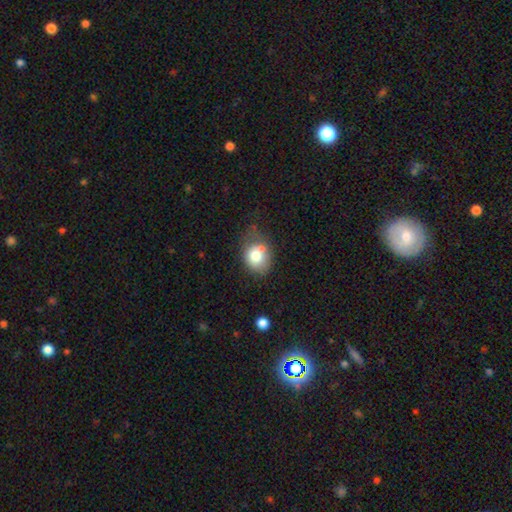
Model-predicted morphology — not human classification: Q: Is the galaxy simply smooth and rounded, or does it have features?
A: smooth — 72%.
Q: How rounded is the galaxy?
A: round — 54%.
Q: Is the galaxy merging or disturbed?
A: none — 42%.